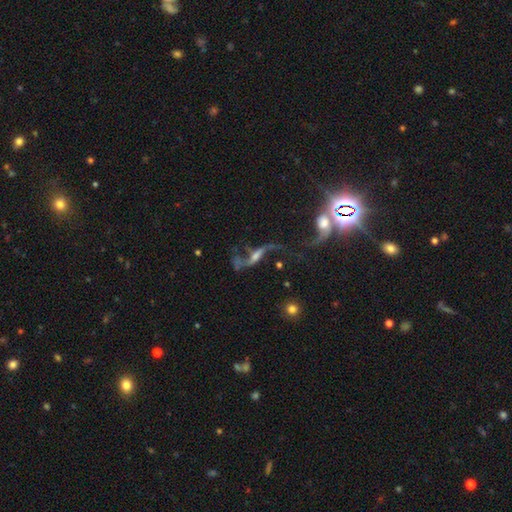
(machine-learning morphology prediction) This is likely a featured or disk galaxy (79%). It is clearly not viewed edge-on (84%). Bar: marginally no (42%). Spiral arm pattern: clearly yes (84%). Spiral arm count: clearly 2 (86%). Spiral winding: clearly loose (93%). Central bulge: marginally small (37%). Merging: marginally none (38%).